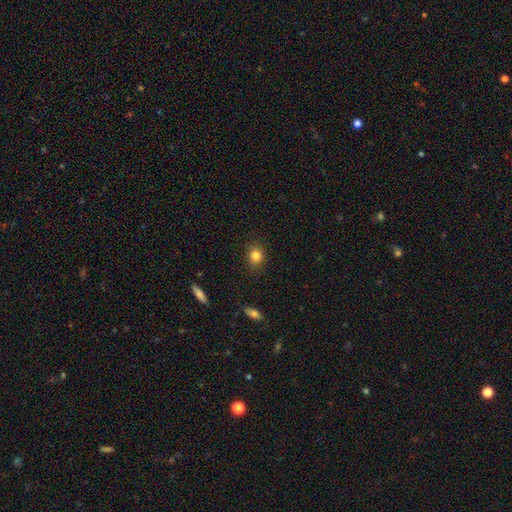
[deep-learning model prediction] Smooth or featured?
  - smooth: 83% *
  - star or artifact: 11%
  - featured or disk: 6%
How rounded?
  - round: 73% *
  - in between: 25%
  - cigar-shaped: 1%
Merging?
  - none: 87% *
  - minor disturbance: 9%
  - major disturbance: 2%
  - merger: 1%